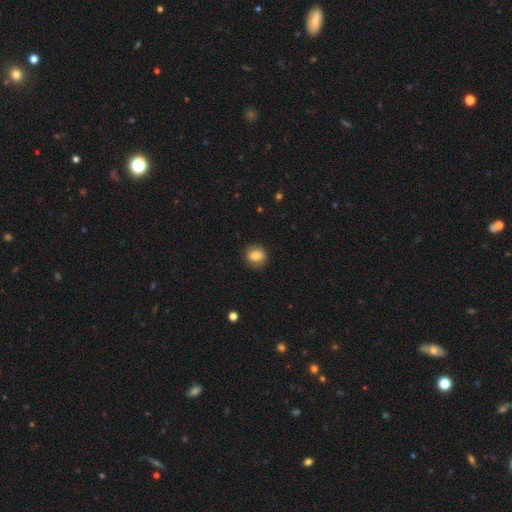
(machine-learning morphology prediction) smooth 80%, featured or disk 11%, star or artifact 9%. Down the decision tree: how rounded — round (68%); merging — none (83%).